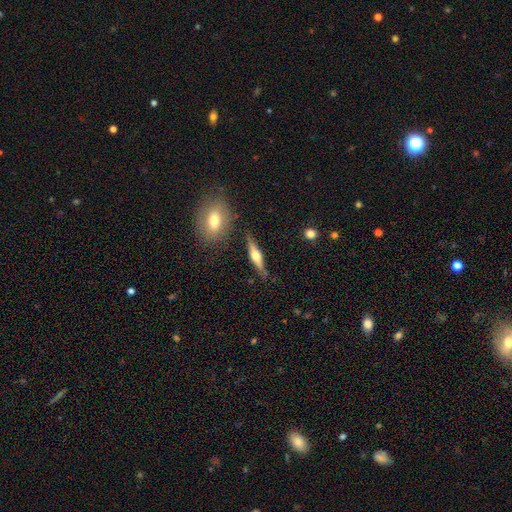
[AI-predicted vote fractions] Smooth or featured? Predicted: featured or disk (p=0.56). Edge-on disk? Predicted: yes (p=0.95). Edge-on bulge? Predicted: rounded (p=0.89). Merging? Predicted: none (p=0.82).